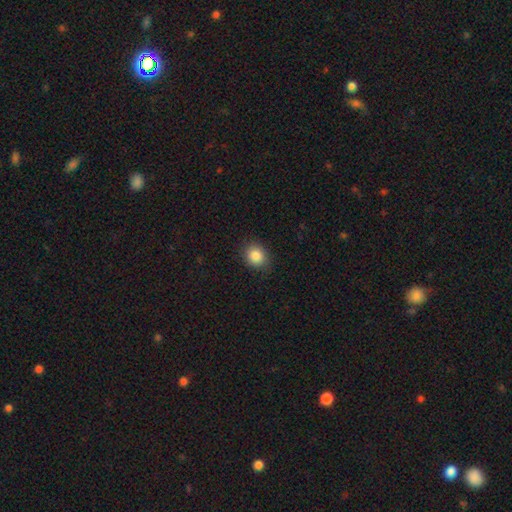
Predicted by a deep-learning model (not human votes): This is clearly a smooth galaxy (86%). How rounded: likely round (65%). Merging: clearly none (84%).